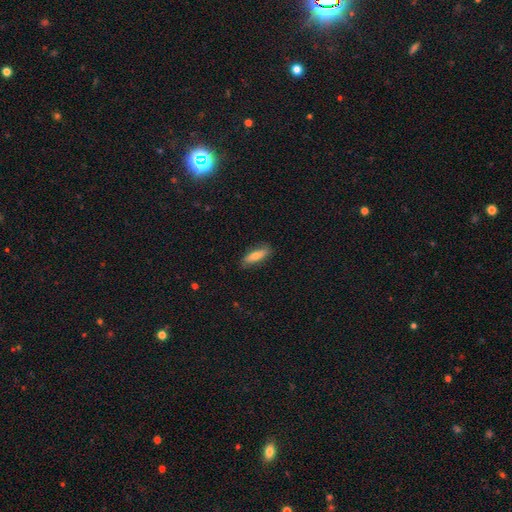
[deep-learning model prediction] The model was most divided on "how rounded": cigar-shaped: 49%, in between: 48%, round: 2%. More confident: merging — none (82%); smooth or featured — smooth (69%).